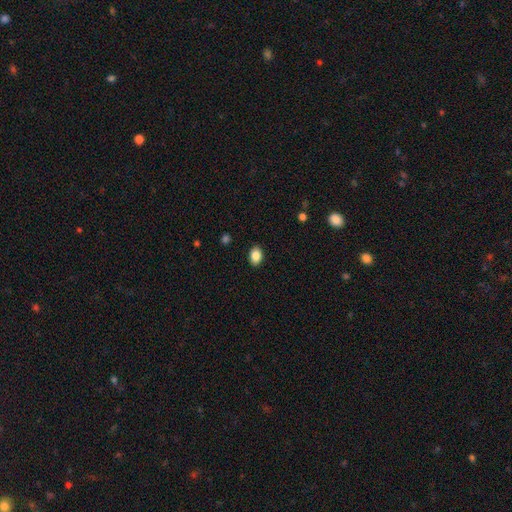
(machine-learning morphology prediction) Smooth or featured: smooth — 87% (star or artifact — 8%)
How rounded: in between — 79% (round — 20%)
Merging: none — 89% (minor disturbance — 8%)